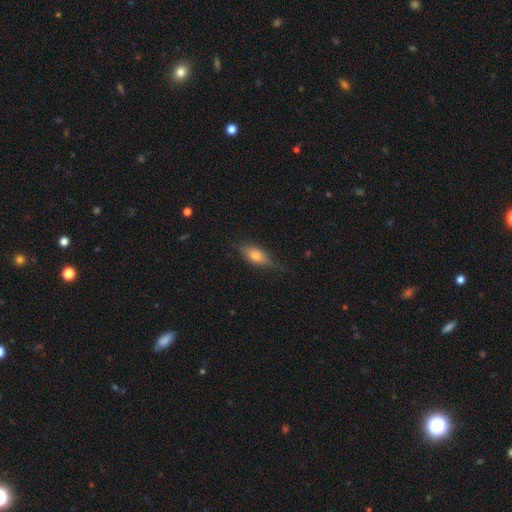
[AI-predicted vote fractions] The model was most divided on "smooth or featured": smooth: 61%, featured or disk: 31%, star or artifact: 8%. More confident: how rounded — in between (72%); merging — none (70%).